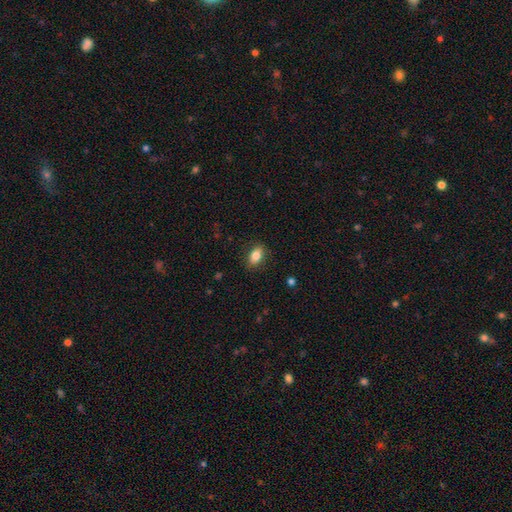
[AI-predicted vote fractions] A smooth galaxy with no disk features (83%) that is in between round and cigar-shaped (87%). Merging: none (86%).